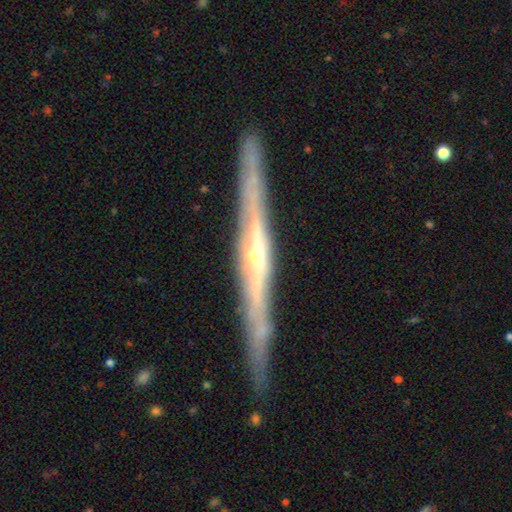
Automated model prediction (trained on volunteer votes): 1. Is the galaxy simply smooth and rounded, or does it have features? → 85% featured or disk, 10% smooth, 5% star or artifact.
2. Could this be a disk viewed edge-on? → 97% yes, 3% no.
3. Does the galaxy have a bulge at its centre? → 68% rounded, 25% none, 8% boxy.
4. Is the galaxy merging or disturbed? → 89% none, 8% minor disturbance, 2% major disturbance, 1% merger.